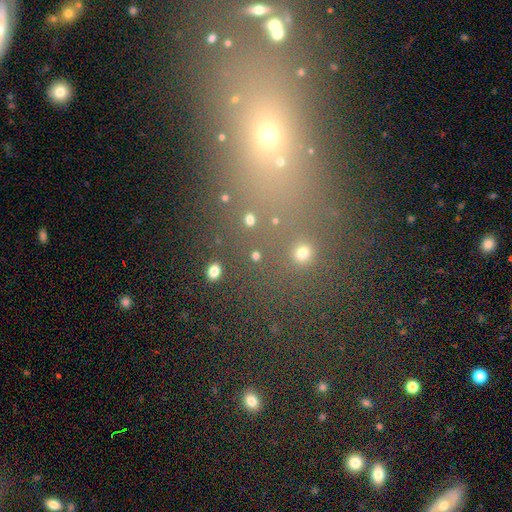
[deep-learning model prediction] A smooth galaxy with no disk features (72%) that is round (72%).

Vote fractions:
- Smooth or featured? smooth: 72% / star or artifact: 21% / featured or disk: 7%
- How rounded? round: 72% / in between: 26% / cigar-shaped: 2%
- Merging? none: 85% / minor disturbance: 6% / merger: 5% / major disturbance: 4%